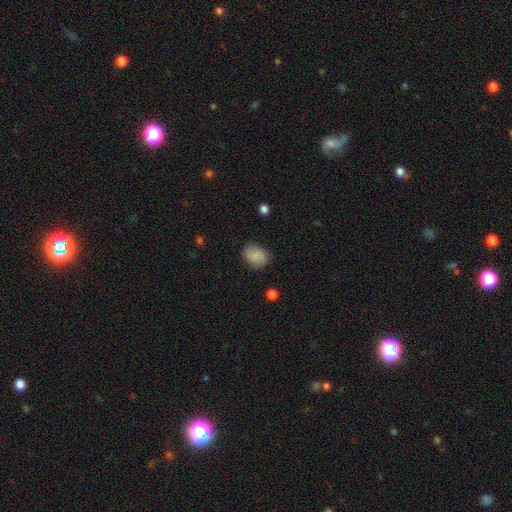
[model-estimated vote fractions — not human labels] Overall: smooth (80%). How rounded: in between (59%; round 40%). Merging: none (79%).